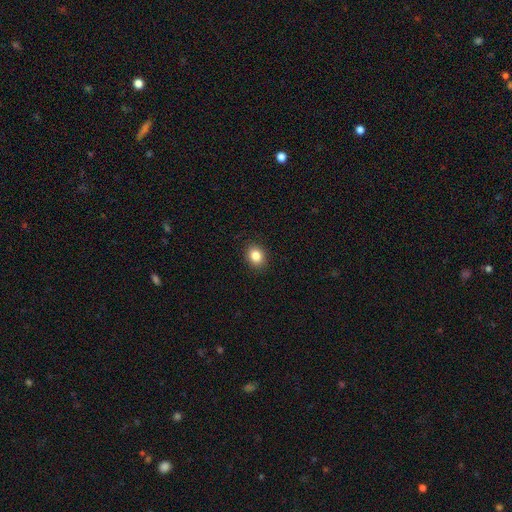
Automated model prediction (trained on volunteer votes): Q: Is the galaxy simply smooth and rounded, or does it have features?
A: smooth — 85%.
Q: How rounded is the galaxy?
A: round — 51%.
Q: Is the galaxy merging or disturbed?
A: none — 89%.